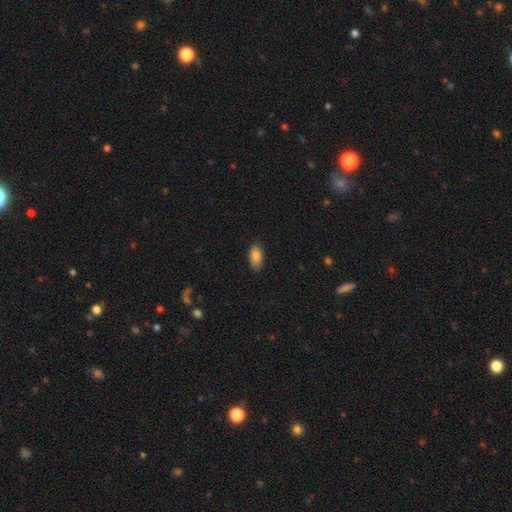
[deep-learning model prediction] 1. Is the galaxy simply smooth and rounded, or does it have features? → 86% smooth, 7% featured or disk, 7% star or artifact.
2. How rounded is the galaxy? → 92% in between, 5% cigar-shaped, 3% round.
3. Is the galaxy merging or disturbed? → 84% none, 13% minor disturbance, 2% major disturbance, 1% merger.